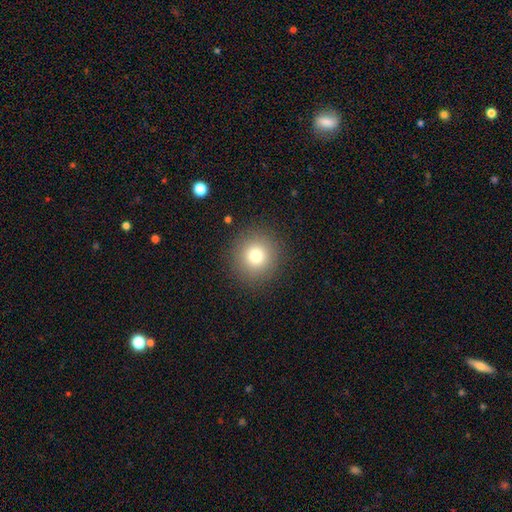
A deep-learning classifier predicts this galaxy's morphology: Q: Smooth or featured?
A: smooth (78%); runner-up: star or artifact (12%)
Q: How rounded?
A: round (94%); runner-up: in between (5%)
Q: Merging?
A: none (90%); runner-up: minor disturbance (6%)